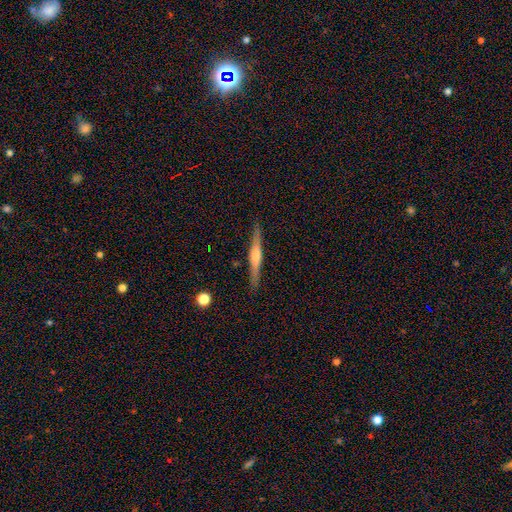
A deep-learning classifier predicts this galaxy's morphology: This appears to be a featured or disk galaxy (75%) viewed edge-on (98%) with a rounded central bulge (80%). Merging: none (91%).